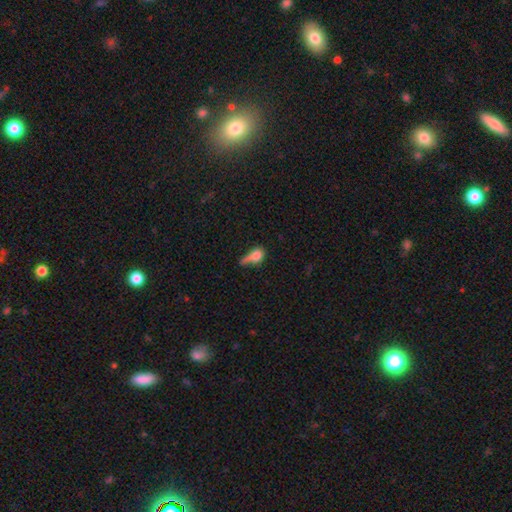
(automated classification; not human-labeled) Morphology: type=smooth (72%); roundness=in between (64%); merging=major disturbance (32%).